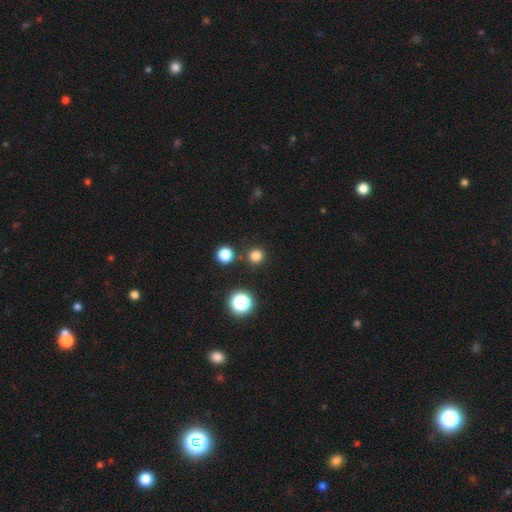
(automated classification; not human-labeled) The model was most divided on "smooth or featured": smooth: 78%, star or artifact: 17%, featured or disk: 4%. More confident: how rounded — round (94%); merging — none (86%).